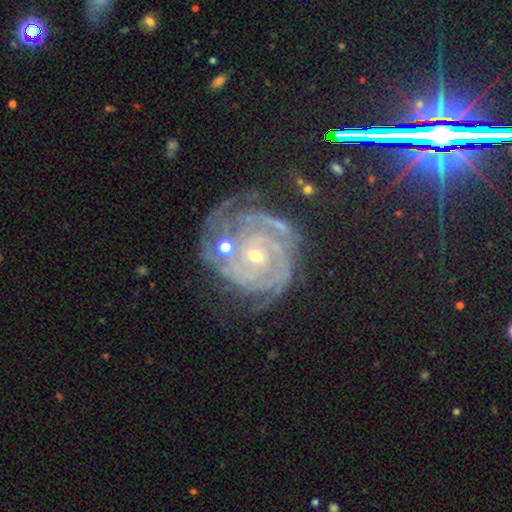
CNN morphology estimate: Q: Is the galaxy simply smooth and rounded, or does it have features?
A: featured or disk — 88%.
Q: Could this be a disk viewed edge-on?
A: no — 97%.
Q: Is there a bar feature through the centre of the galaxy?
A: no — 73%.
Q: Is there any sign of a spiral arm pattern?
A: yes — 96%.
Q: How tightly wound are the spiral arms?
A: tight — 79%.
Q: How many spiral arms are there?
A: can't tell — 26%.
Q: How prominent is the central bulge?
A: small — 64%.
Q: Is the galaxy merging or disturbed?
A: none — 54%.